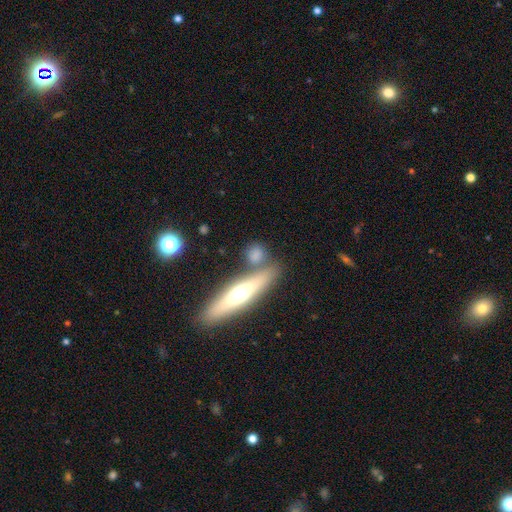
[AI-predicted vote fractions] This appears to be a smooth galaxy with no disk features (67%) that is round (36%). Merging: none (65%).